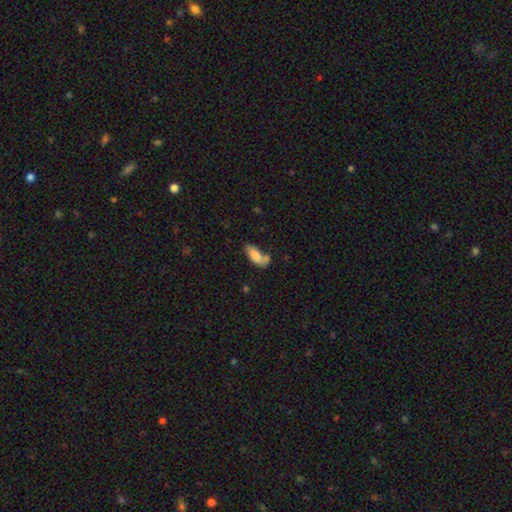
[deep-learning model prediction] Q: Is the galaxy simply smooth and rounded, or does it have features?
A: smooth — 79%.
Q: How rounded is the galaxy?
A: in between — 77%.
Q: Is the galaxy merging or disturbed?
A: none — 45%.